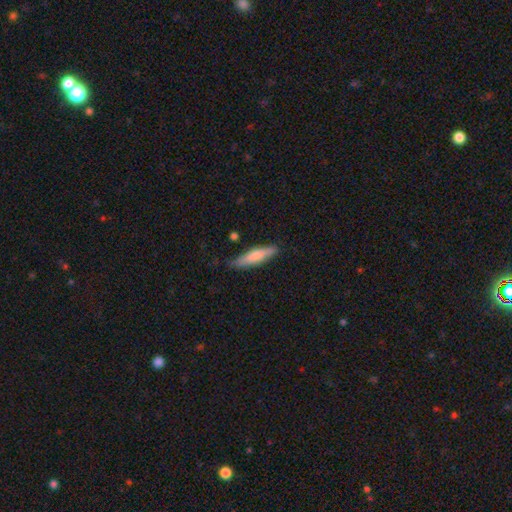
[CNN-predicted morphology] Smooth or featured? Predicted: smooth (p=0.72). How rounded? Predicted: cigar-shaped (p=0.77). Merging? Predicted: none (p=0.77).